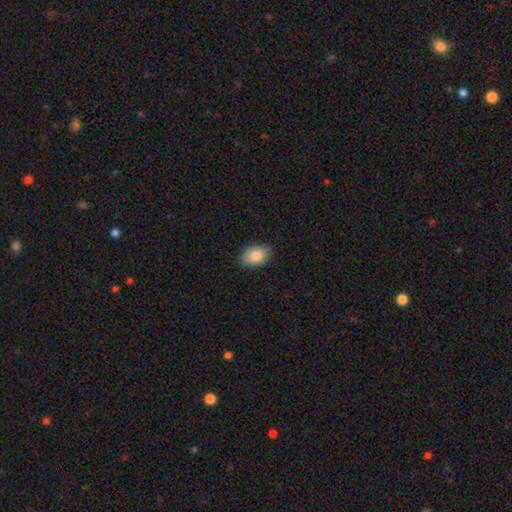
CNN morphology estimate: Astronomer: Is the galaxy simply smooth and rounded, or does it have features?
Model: smooth — 88%.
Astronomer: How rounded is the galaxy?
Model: in between — 87%.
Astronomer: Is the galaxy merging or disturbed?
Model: none — 87%.